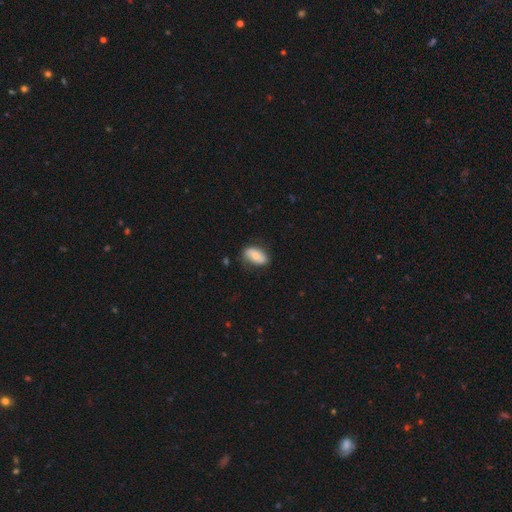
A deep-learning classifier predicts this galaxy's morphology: Smooth or featured?
  - smooth: 67% *
  - featured or disk: 27%
  - star or artifact: 7%
How rounded?
  - in between: 90% *
  - round: 5%
  - cigar-shaped: 4%
Merging?
  - none: 73% *
  - minor disturbance: 21%
  - major disturbance: 5%
  - merger: 2%